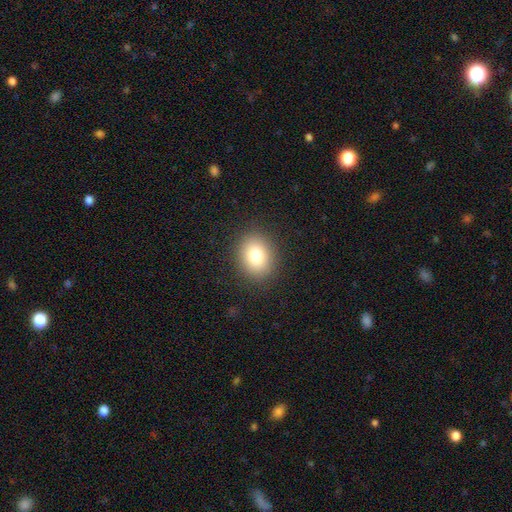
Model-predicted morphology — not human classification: This is likely a smooth galaxy (80%). How rounded: possibly round (57%). Merging: clearly none (89%).